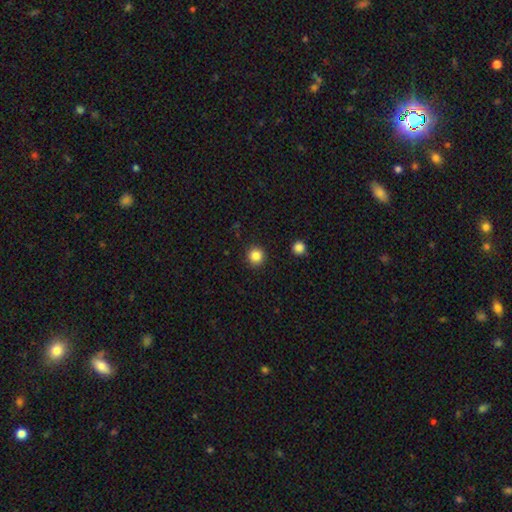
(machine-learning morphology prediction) A smooth galaxy with no disk features (85%) that is round (94%). Merging: none (91%).